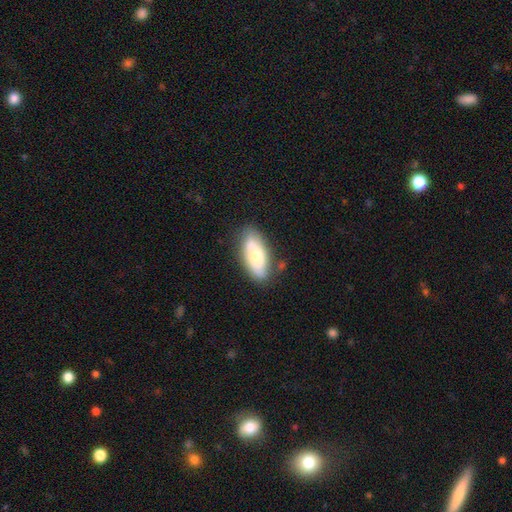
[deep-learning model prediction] Q: Smooth or featured?
A: smooth (62%); runner-up: featured or disk (31%)
Q: How rounded?
A: in between (82%); runner-up: cigar-shaped (16%)
Q: Merging?
A: none (73%); runner-up: minor disturbance (18%)